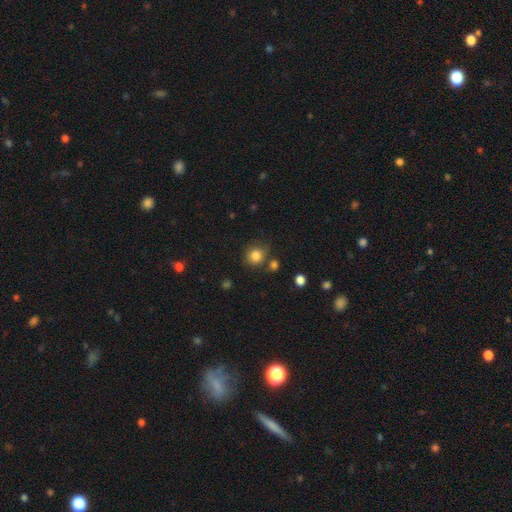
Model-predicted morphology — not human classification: Overall: smooth (82%). How rounded: round (85%). Merging: none (74%).